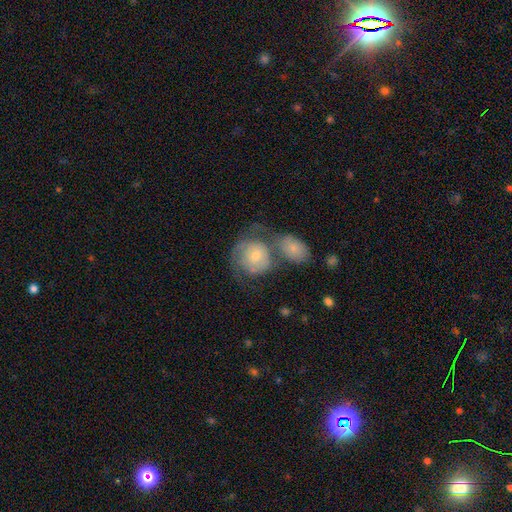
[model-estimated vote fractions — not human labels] A featured or disk galaxy (48%). Merging: merger (42%).